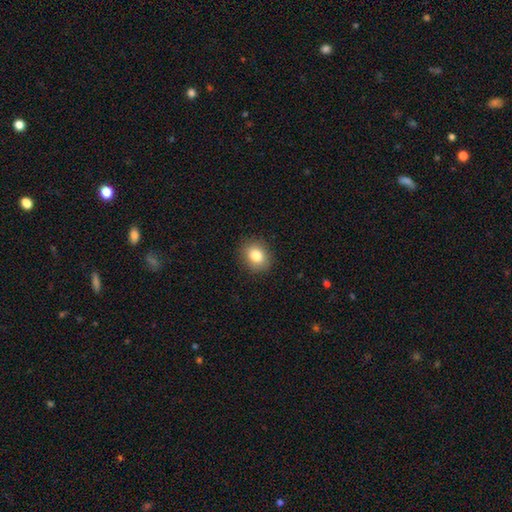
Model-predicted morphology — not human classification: The model was most divided on "how rounded": round: 58%, in between: 41%, cigar-shaped: 1%. More confident: merging — none (89%); smooth or featured — smooth (82%).